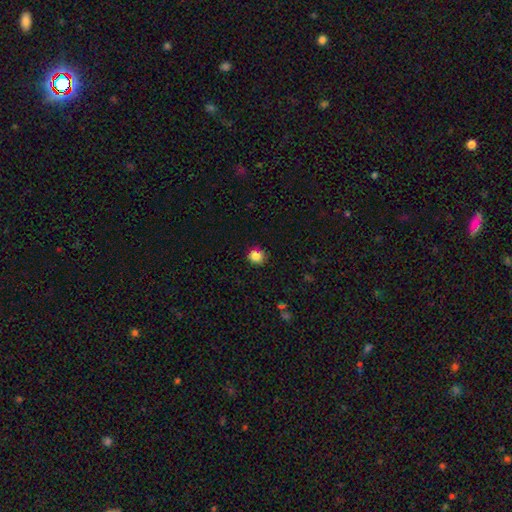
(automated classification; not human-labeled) smooth 83%, star or artifact 12%, featured or disk 5%. Down the decision tree: how rounded — round (85%); merging — none (82%).